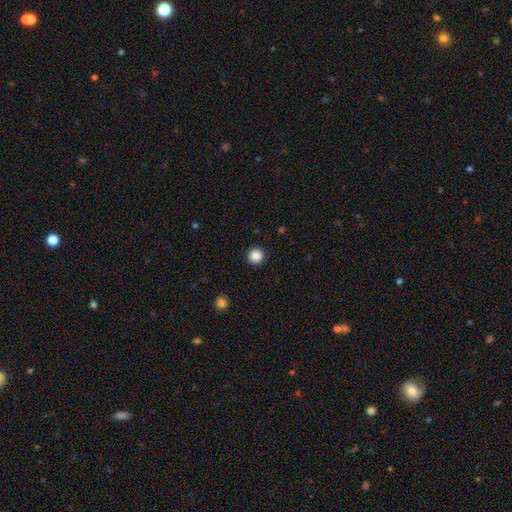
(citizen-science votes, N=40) Morphology: type=smooth (88%); roundness=round (91%); merging=none (89%).